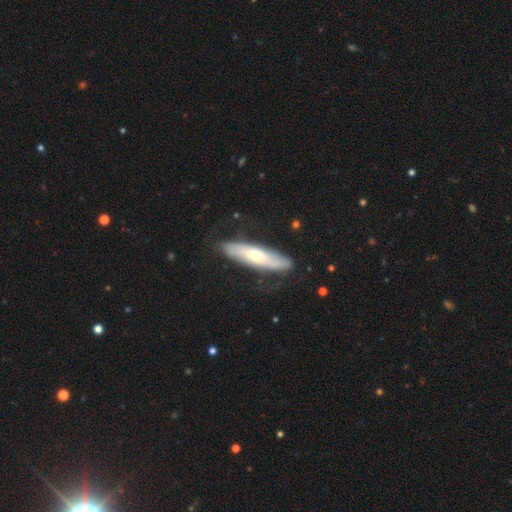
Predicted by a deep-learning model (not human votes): Morphology: type=featured or disk (51%); edge-on=yes (53%); merging=none (77%).